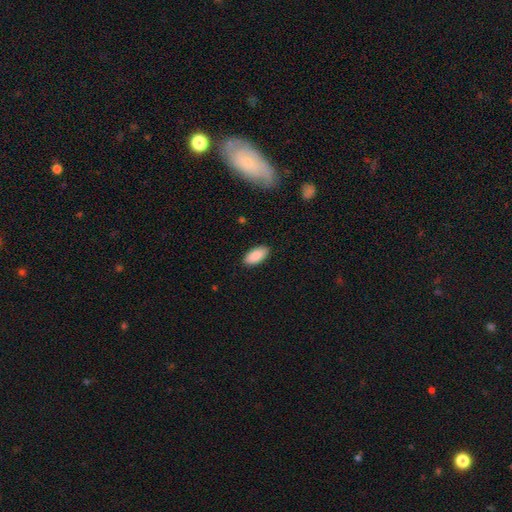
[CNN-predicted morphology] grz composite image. It shows a smooth galaxy with no disk features (89%) that is in between round and cigar-shaped (93%). Merging: none (88%).